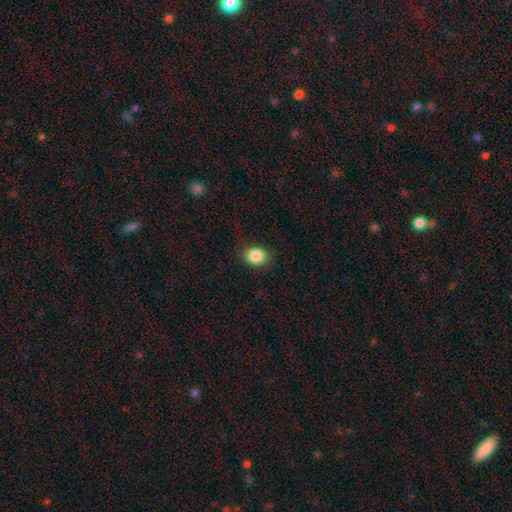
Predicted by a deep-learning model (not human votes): A smooth galaxy with no disk features (86%) that is round (54%).

Vote fractions:
- Smooth or featured? smooth: 86% / star or artifact: 9% / featured or disk: 5%
- How rounded? round: 54% / in between: 45% / cigar-shaped: 1%
- Merging? none: 81% / minor disturbance: 14% / major disturbance: 4% / merger: 1%